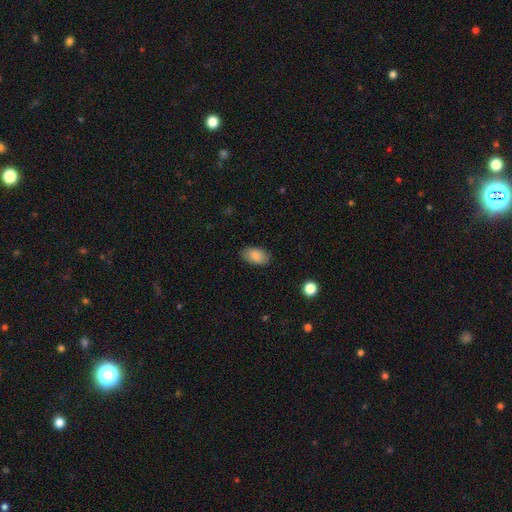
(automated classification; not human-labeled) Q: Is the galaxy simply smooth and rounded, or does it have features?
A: smooth — 85%.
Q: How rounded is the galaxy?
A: in between — 94%.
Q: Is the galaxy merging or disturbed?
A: none — 86%.